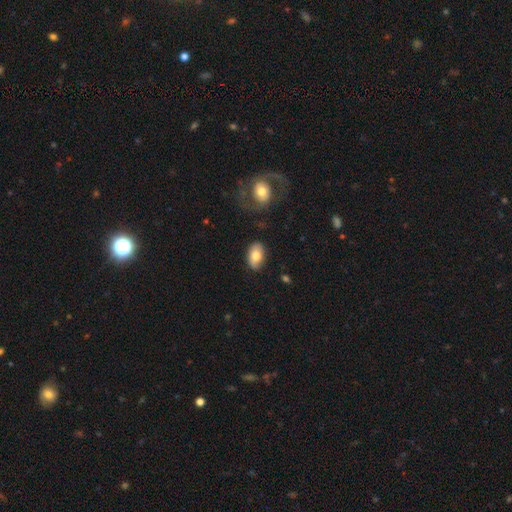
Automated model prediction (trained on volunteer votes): The model was most divided on "smooth or featured": smooth: 77%, featured or disk: 16%, star or artifact: 7%. More confident: how rounded — in between (91%); merging — none (82%).